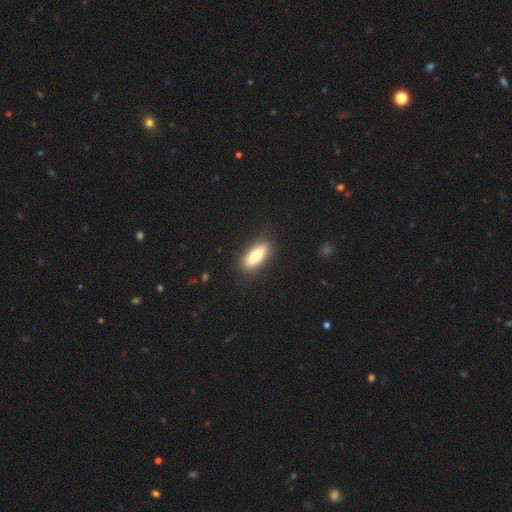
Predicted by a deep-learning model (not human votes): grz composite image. It shows a smooth galaxy with no disk features (73%) that is in between round and cigar-shaped (74%). Merging: none (88%).